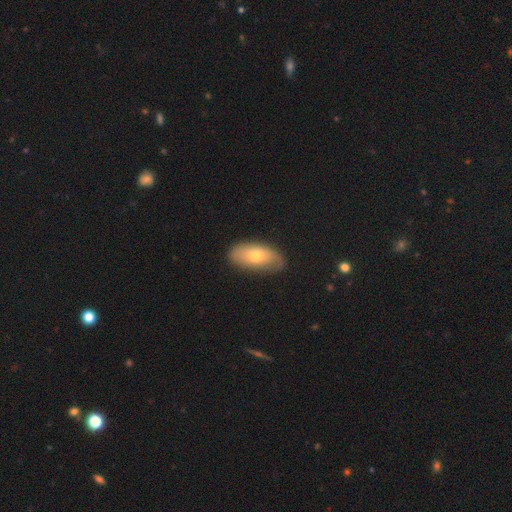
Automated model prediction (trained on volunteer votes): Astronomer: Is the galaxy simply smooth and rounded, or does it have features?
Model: smooth — 63%.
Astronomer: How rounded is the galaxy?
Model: in between — 89%.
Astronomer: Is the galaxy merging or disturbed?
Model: none — 79%.